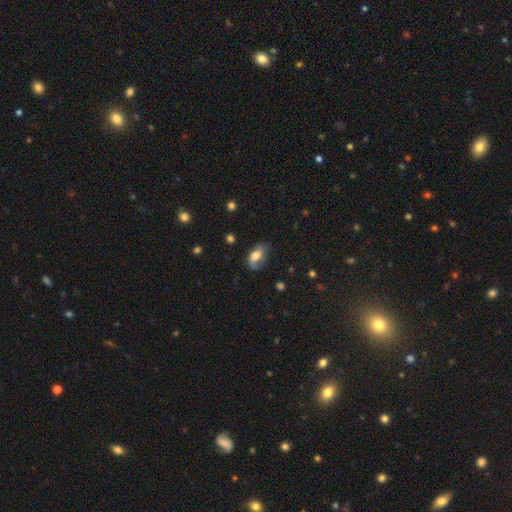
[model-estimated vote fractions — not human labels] Smooth or featured? smooth (56%)
How rounded? in between (87%)
Merging? none (53%)